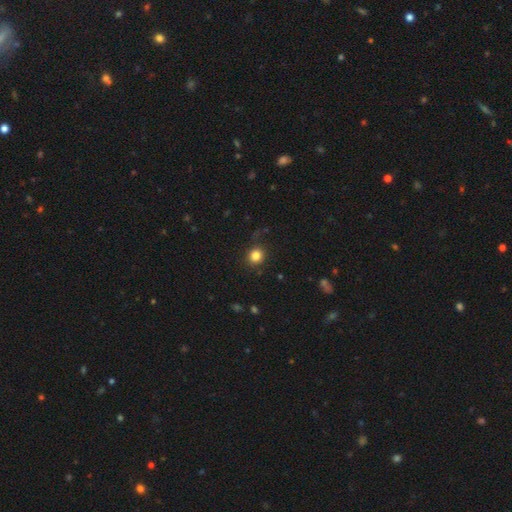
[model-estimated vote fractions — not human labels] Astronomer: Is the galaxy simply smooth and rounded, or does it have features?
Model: smooth — 83%.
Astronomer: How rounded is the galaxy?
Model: round — 83%.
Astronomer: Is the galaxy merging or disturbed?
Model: none — 86%.